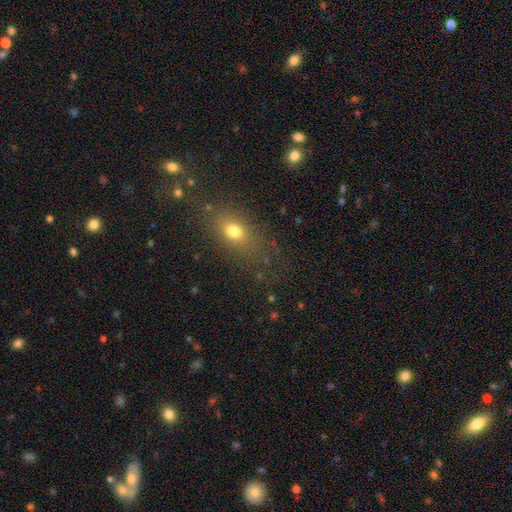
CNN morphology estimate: Overall: smooth (58%; star or artifact 28%). How rounded: in between (56%; round 30%). Merging: none (77%).